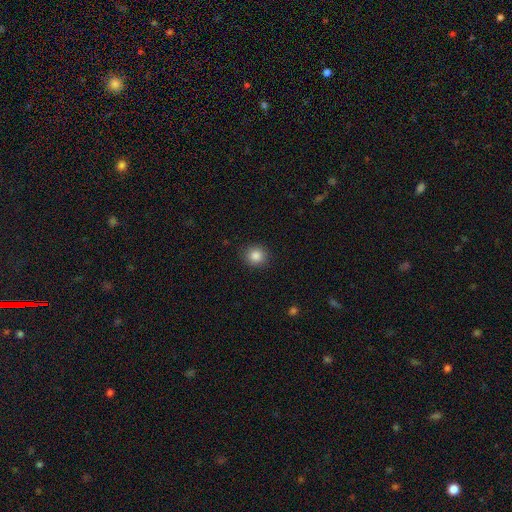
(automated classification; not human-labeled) A smooth galaxy with no disk features (85%) that is round (88%). Merging: none (90%).